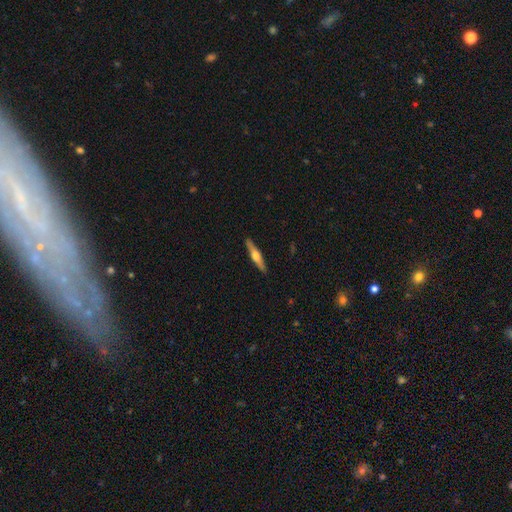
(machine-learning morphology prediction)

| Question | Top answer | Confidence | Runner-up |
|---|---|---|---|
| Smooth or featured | featured or disk | 61% | smooth (34%) |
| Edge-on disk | yes | 96% | no (4%) |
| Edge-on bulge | rounded | 92% | boxy (4%) |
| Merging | none | 91% | minor disturbance (7%) |